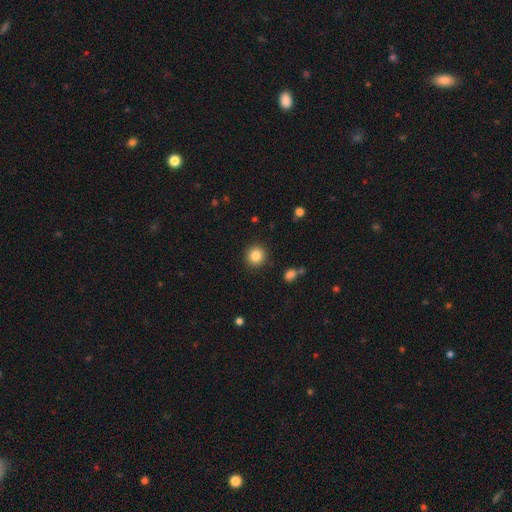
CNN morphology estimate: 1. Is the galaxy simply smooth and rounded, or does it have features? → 84% smooth, 11% star or artifact, 6% featured or disk.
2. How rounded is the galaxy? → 92% round, 7% in between, 1% cigar-shaped.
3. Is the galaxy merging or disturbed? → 91% none, 6% minor disturbance, 2% major disturbance, 1% merger.